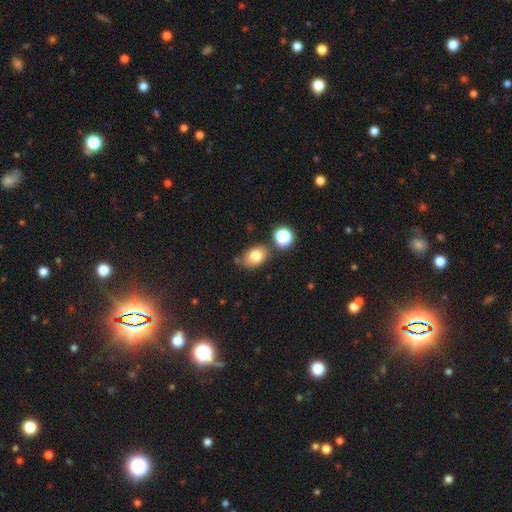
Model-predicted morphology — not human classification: This is likely a smooth galaxy (77%). How rounded: likely in between (74%). Merging: likely none (69%).